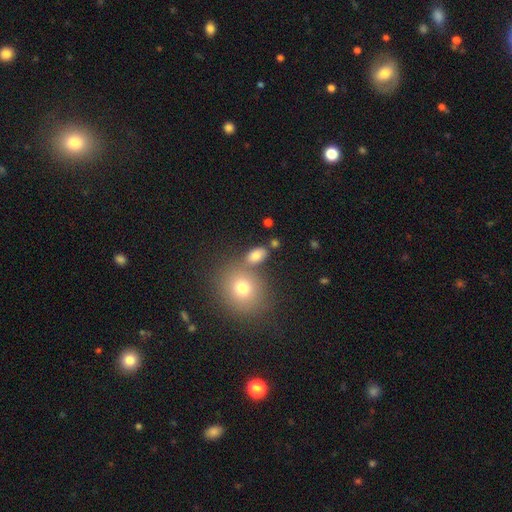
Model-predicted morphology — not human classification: Q: Smooth or featured?
A: smooth (79%); runner-up: star or artifact (12%)
Q: How rounded?
A: in between (78%); runner-up: round (20%)
Q: Merging?
A: none (64%); runner-up: merger (19%)